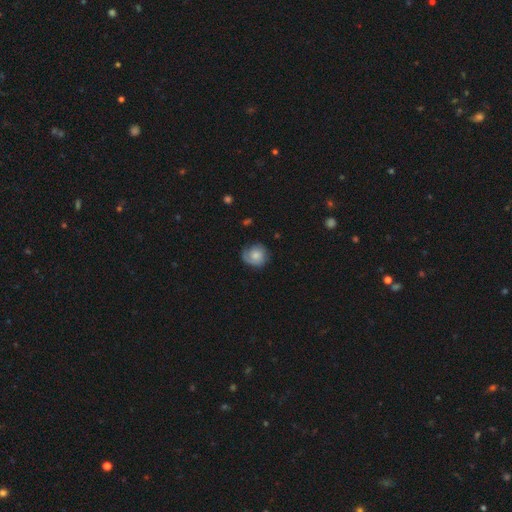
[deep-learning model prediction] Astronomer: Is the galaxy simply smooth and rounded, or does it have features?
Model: featured or disk — 47% (runner-up: smooth, 46%).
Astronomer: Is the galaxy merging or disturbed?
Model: none — 65%.